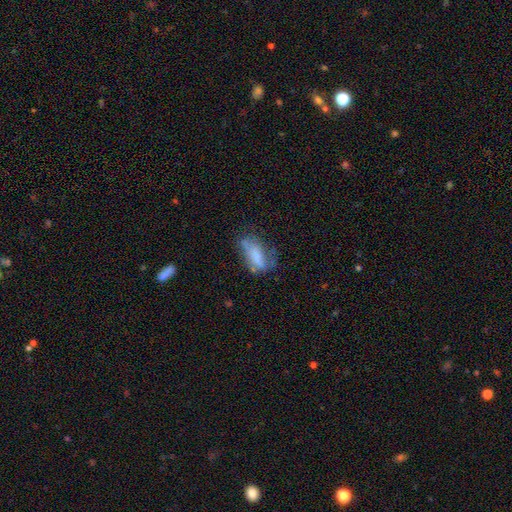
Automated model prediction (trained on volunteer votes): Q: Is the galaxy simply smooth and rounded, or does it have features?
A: smooth — 62%.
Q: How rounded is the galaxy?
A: in between — 77%.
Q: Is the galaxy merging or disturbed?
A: none — 38%.